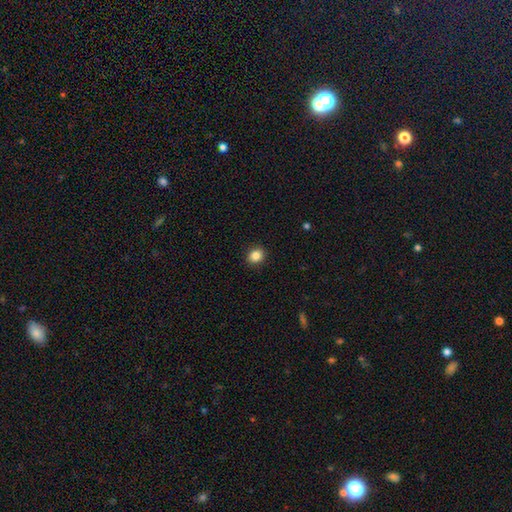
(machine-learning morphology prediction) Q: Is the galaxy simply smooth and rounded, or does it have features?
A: smooth — 85%.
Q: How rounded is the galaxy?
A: round — 69%.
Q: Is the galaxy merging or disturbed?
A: none — 91%.